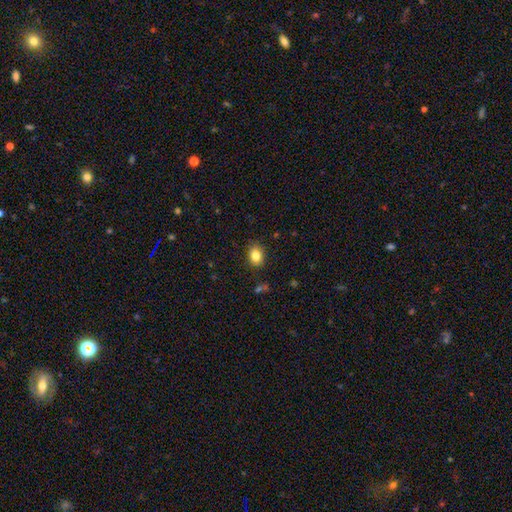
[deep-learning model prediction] Morphology: type=smooth (84%); roundness=in between (67%); merging=none (86%).